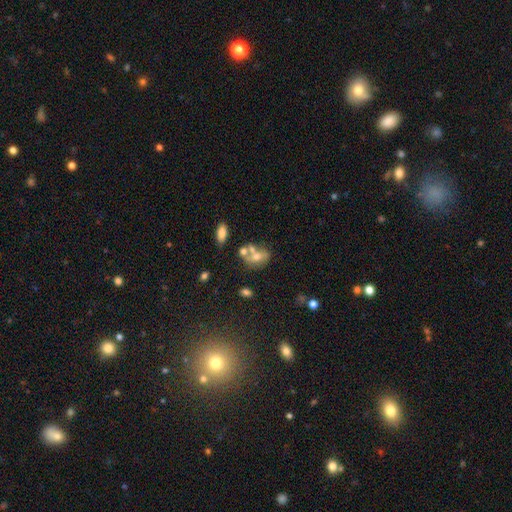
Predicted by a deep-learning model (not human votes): Smooth or featured? Predicted: smooth (p=0.53). How rounded? Predicted: in between (p=0.69). Merging? Predicted: merger (p=0.40).